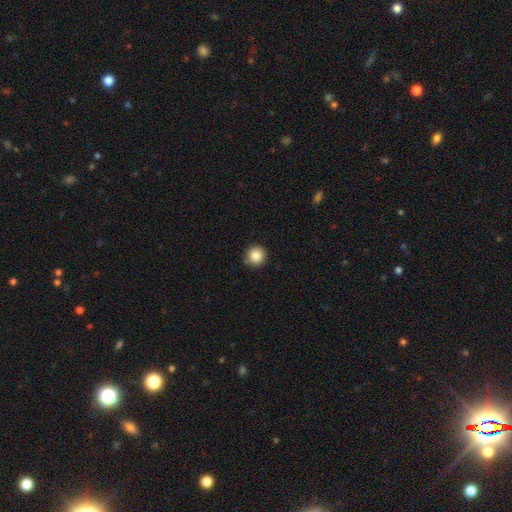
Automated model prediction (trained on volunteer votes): Smooth or featured? Predicted: smooth (p=0.85). How rounded? Predicted: round (p=0.94). Merging? Predicted: none (p=0.88).